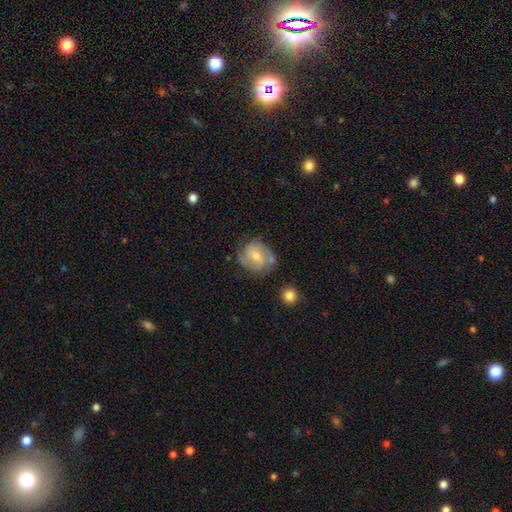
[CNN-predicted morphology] Smooth or featured? featured or disk (74%)
Edge-on disk? no (97%)
Bar? weak (49%)
Spiral arms? yes (92%)
Spiral winding? tight (44%)
Spiral arm count? 2 (63%)
Bulge size? moderate (53%)
Merging? none (71%)